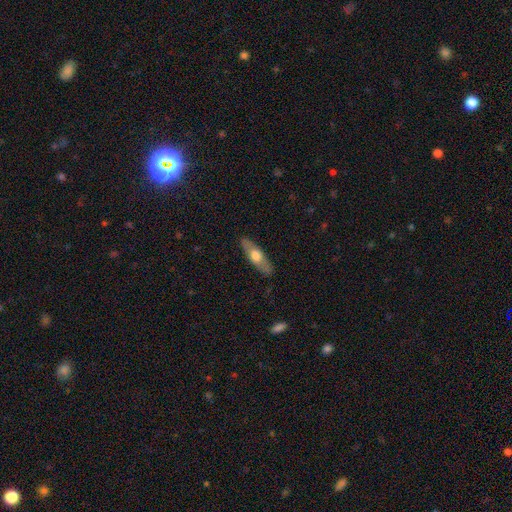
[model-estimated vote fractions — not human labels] This appears to be a smooth galaxy with no disk features (52%) that is cigar-shaped (53%). Merging: none (87%).